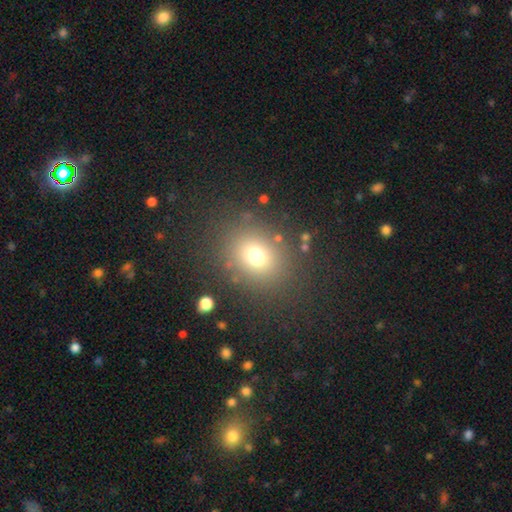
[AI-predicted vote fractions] A smooth galaxy with no disk features (71%) that is round (69%). Merging: none (82%).